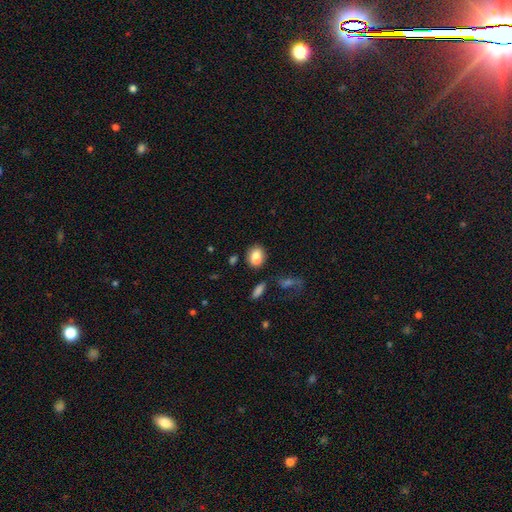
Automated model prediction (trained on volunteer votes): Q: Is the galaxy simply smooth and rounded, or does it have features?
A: smooth — 82%.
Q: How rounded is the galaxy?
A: in between — 69%.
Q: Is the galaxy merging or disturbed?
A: none — 74%.